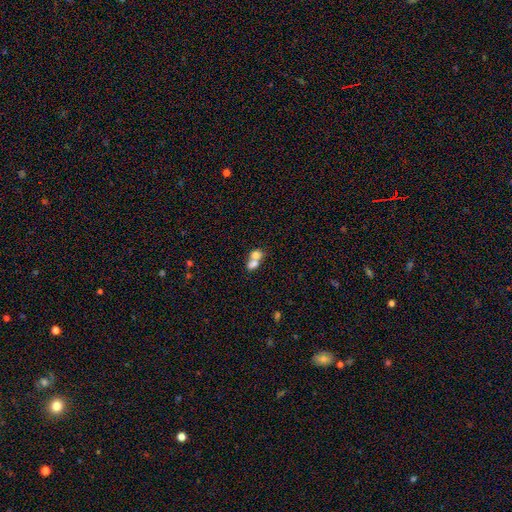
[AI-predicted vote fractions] A smooth galaxy with no disk features (73%) that is in between round and cigar-shaped (58%). Merging: merger (72%).